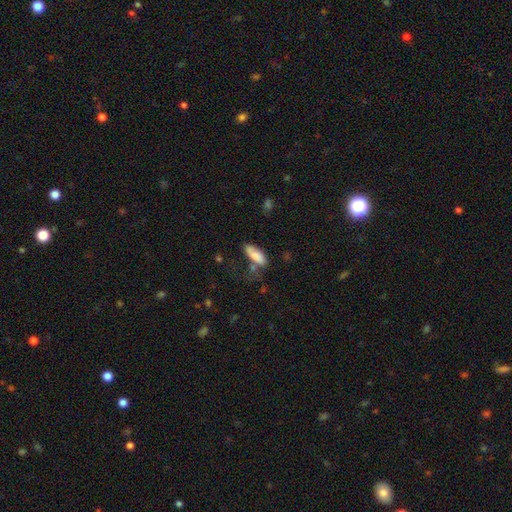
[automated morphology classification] The model was most divided on "merging": none: 45%, minor disturbance: 29%, major disturbance: 15%, merger: 12%. More confident: smooth or featured — smooth (80%); how rounded — in between (75%).